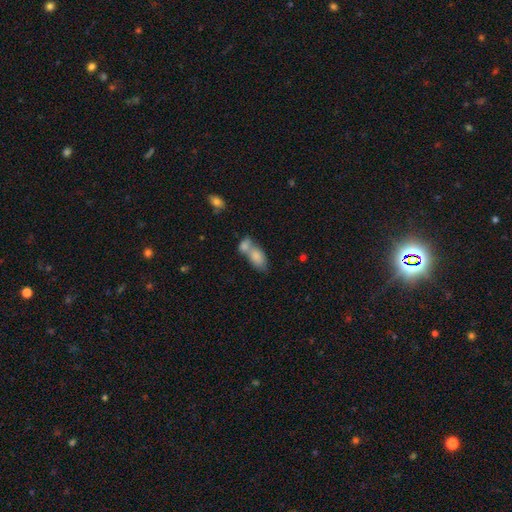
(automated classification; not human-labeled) Morphology: type=smooth (81%); roundness=in between (88%); merging=merger (67%).